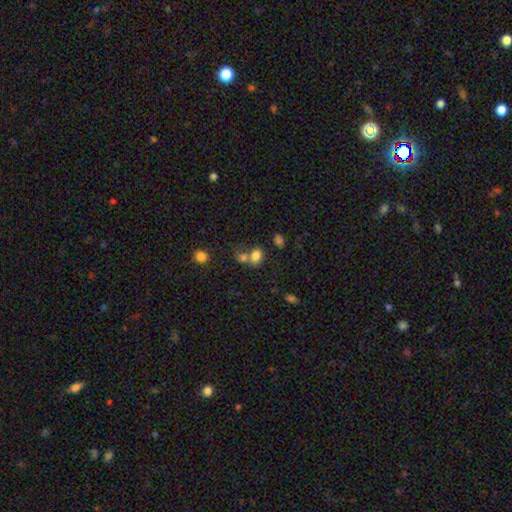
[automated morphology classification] Smooth or featured? smooth (78%)
How rounded? in between (67%)
Merging? merger (46%)